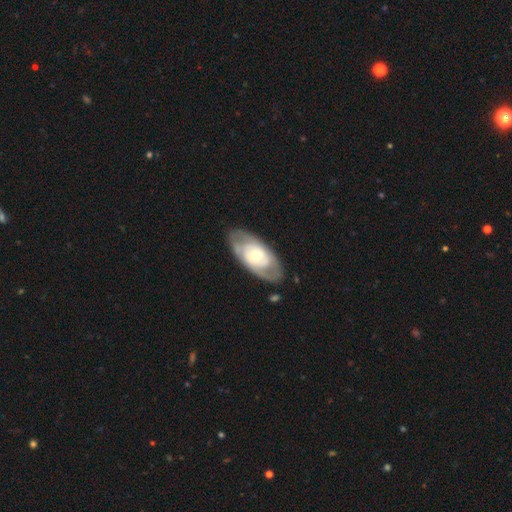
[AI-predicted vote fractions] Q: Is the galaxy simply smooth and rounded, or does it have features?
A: featured or disk — 67%.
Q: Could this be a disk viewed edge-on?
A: no — 90%.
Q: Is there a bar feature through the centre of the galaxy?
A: no — 74%.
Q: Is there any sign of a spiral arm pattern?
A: yes — 56%.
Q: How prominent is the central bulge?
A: moderate — 60%.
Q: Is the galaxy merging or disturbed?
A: none — 78%.